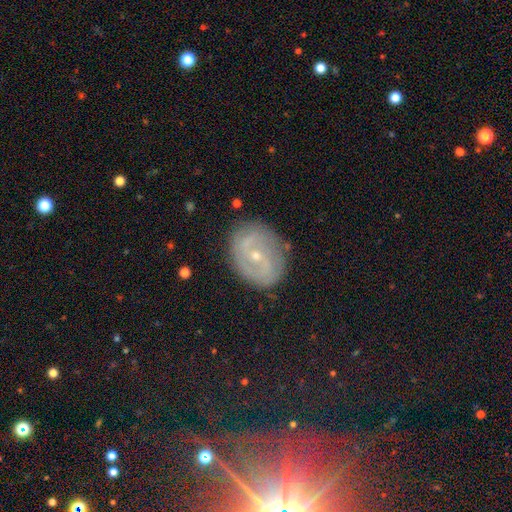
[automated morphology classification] A featured or disk galaxy (74%) with a weak bar (46%), 2 (70%) tight (42%) spiral arms (83%) and a small central bulge (72%). Merging: none (83%).